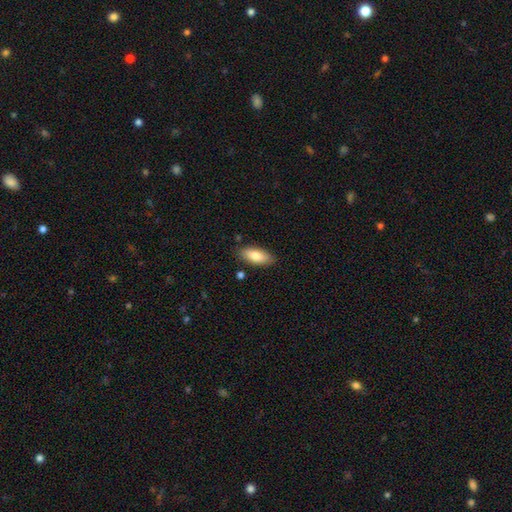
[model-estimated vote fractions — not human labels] smooth 80%, featured or disk 13%, star or artifact 6%. Down the decision tree: how rounded — in between (85%); merging — none (84%).